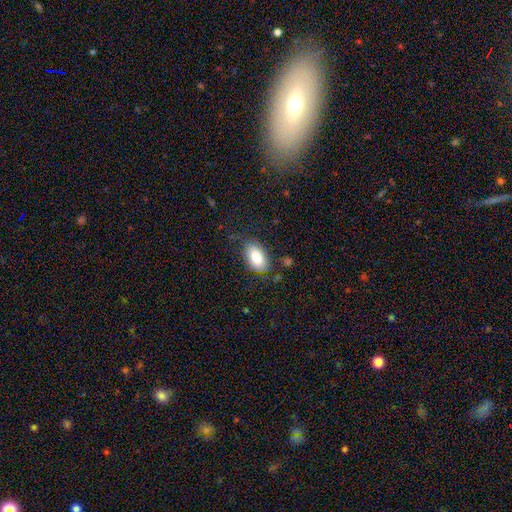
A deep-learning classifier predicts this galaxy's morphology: Smooth or featured?
  - smooth: 83% *
  - featured or disk: 10%
  - star or artifact: 7%
How rounded?
  - in between: 93% *
  - round: 6%
  - cigar-shaped: 2%
Merging?
  - none: 77% *
  - minor disturbance: 16%
  - major disturbance: 5%
  - merger: 2%